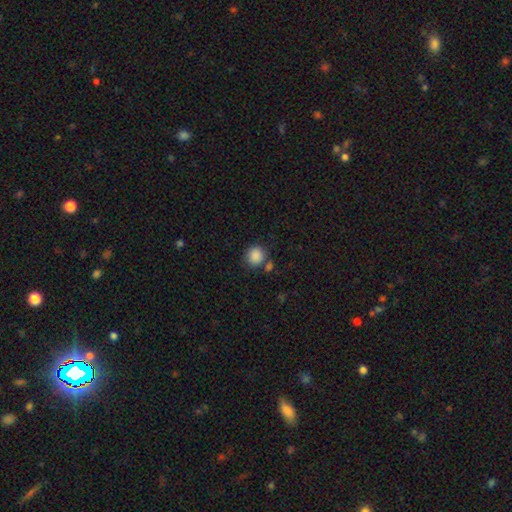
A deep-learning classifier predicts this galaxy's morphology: Smooth or featured? Predicted: smooth (p=0.87). How rounded? Predicted: round (p=0.87). Merging? Predicted: none (p=0.73).